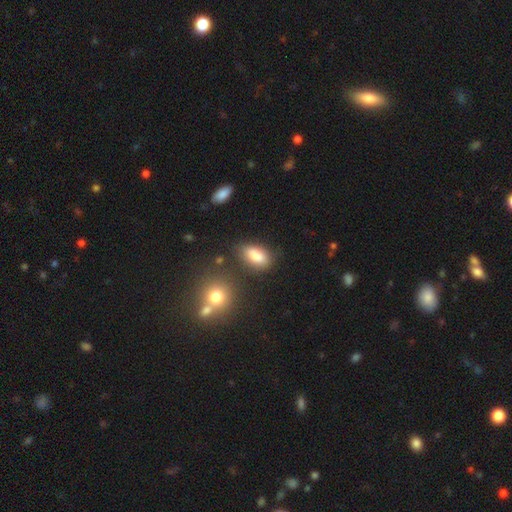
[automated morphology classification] Smooth or featured? smooth (83%)
How rounded? in between (89%)
Merging? none (71%)